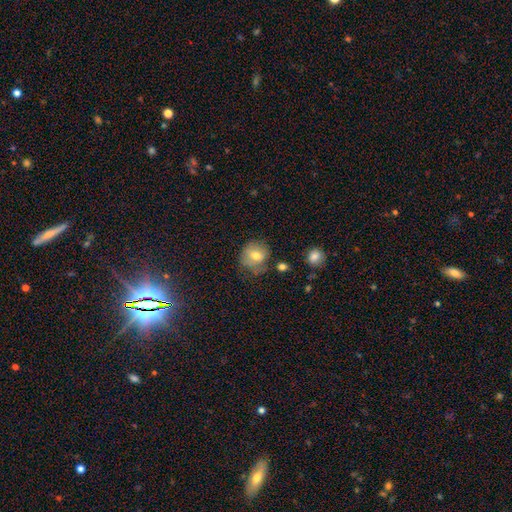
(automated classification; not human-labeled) A smooth galaxy with no disk features (70%) that is round (78%).

Vote fractions:
- Smooth or featured? smooth: 70% / featured or disk: 20% / star or artifact: 10%
- How rounded? round: 78% / in between: 21% / cigar-shaped: 1%
- Merging? none: 59% / minor disturbance: 27% / major disturbance: 10% / merger: 4%